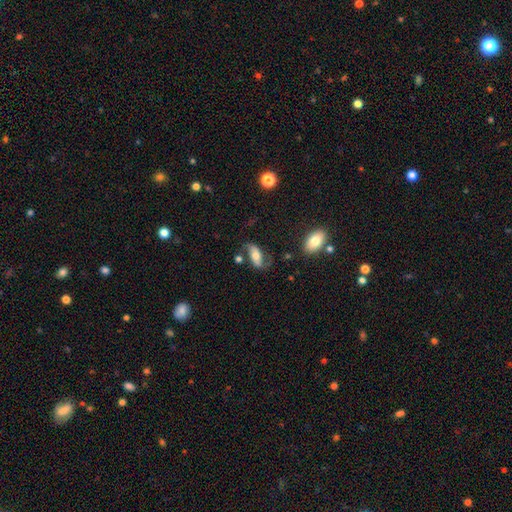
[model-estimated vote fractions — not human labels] Smooth or featured? featured or disk (61%)
Edge-on disk? no (90%)
Bar? no (46%)
Spiral arms? yes (85%)
Bulge size? moderate (60%)
Merging? none (59%)